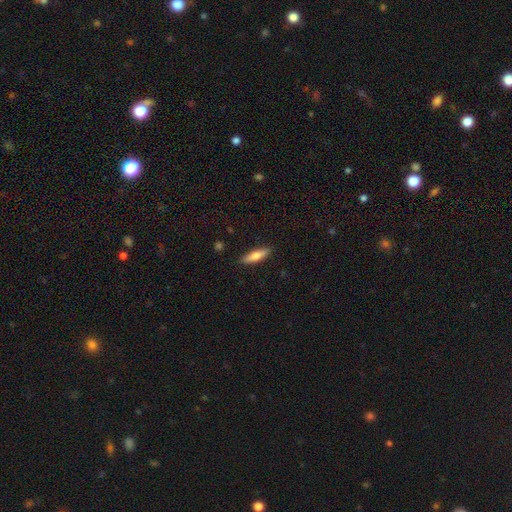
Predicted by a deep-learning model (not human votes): This appears to be a smooth galaxy with no disk features (65%) that is cigar-shaped (66%). Merging: none (89%).